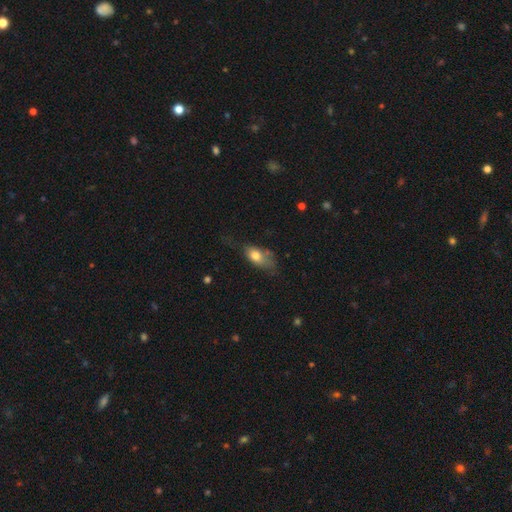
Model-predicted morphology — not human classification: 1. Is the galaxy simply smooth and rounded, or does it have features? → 73% smooth, 19% featured or disk, 8% star or artifact.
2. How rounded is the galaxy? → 83% in between, 9% cigar-shaped, 8% round.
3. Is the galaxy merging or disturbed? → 34% none (tied), 34% minor disturbance (tied), 27% major disturbance, 4% merger.